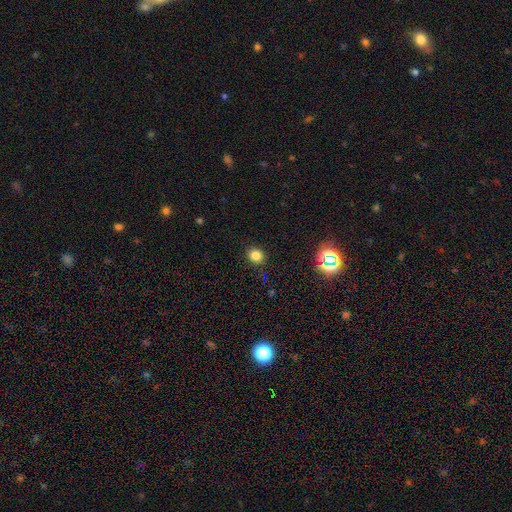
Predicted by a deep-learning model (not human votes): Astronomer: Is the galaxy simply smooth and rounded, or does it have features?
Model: smooth — 80%.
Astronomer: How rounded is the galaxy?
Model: round — 78%.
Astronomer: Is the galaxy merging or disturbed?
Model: none — 89%.